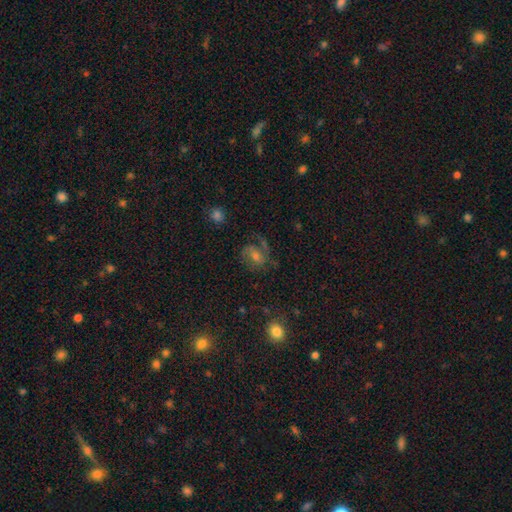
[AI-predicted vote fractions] smooth_or_featured: featured or disk (p=0.68) [alt: smooth p=0.17]
disk_edge_on: no (p=0.97) [alt: yes p=0.03]
bar: no (p=0.46) [alt: weak p=0.42]
has_spiral_arms: yes (p=0.93) [alt: no p=0.07]
spiral_winding: medium (p=0.51) [alt: tight p=0.28]
spiral_arm_count: 2 (p=0.57) [alt: 1 p=0.17]
bulge_size: moderate (p=0.48) [alt: small p=0.39]
merging: none (p=0.67) [alt: minor disturbance p=0.16]